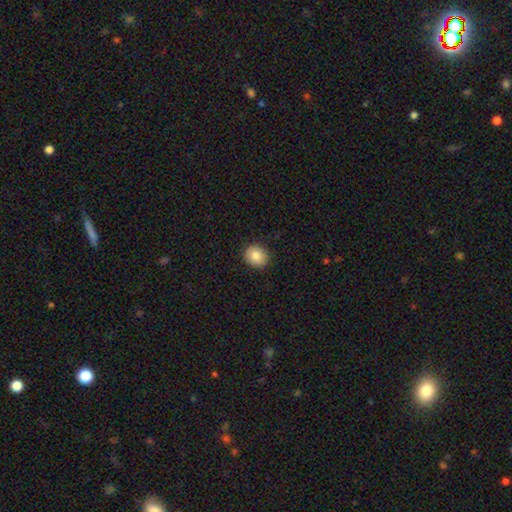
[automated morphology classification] The model was most divided on "how rounded": round: 66%, in between: 33%, cigar-shaped: 1%. More confident: merging — none (90%); smooth or featured — smooth (86%).